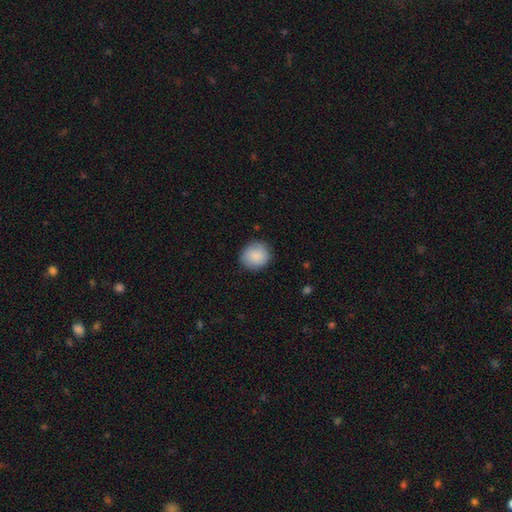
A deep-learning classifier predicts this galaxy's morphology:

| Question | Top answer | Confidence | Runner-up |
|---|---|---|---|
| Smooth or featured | smooth | 89% | star or artifact (7%) |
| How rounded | round | 85% | in between (14%) |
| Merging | none | 87% | minor disturbance (10%) |